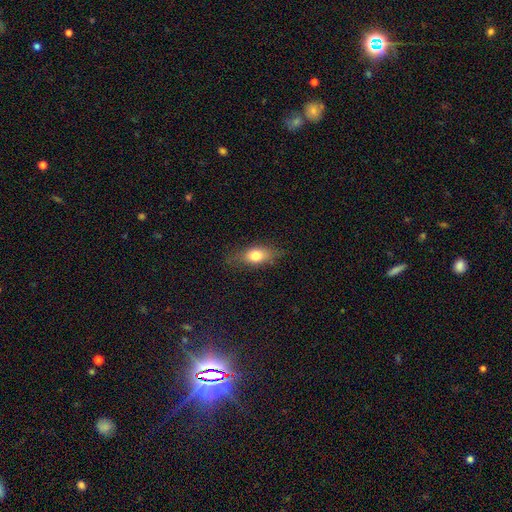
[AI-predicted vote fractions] This is likely a smooth galaxy (74%). How rounded: likely in between (75%). Merging: likely none (76%).